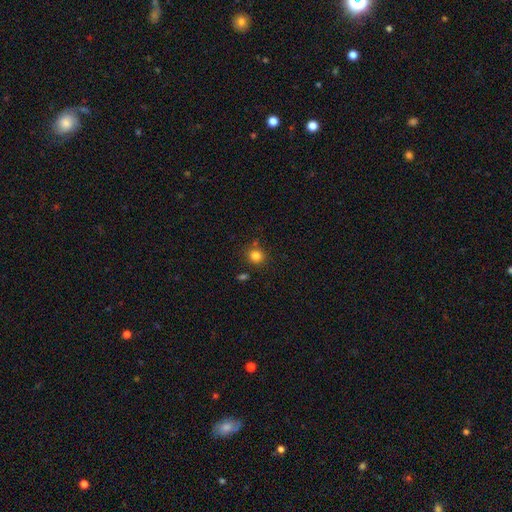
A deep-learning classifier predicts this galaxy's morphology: Overall: smooth (82%). How rounded: round (86%). Merging: none (80%).